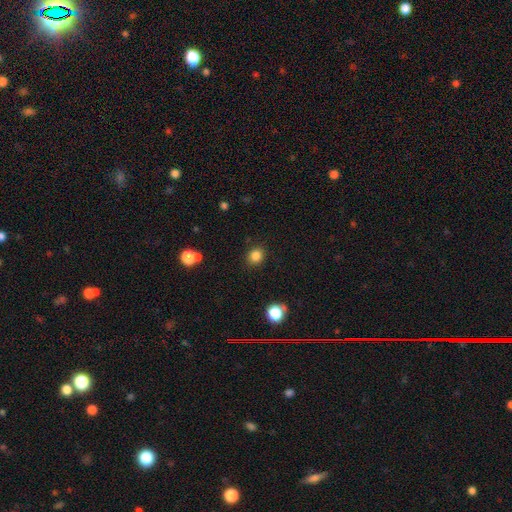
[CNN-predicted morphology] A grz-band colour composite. It shows a smooth galaxy with no disk features (84%) that is round (76%). Merging: none (89%).